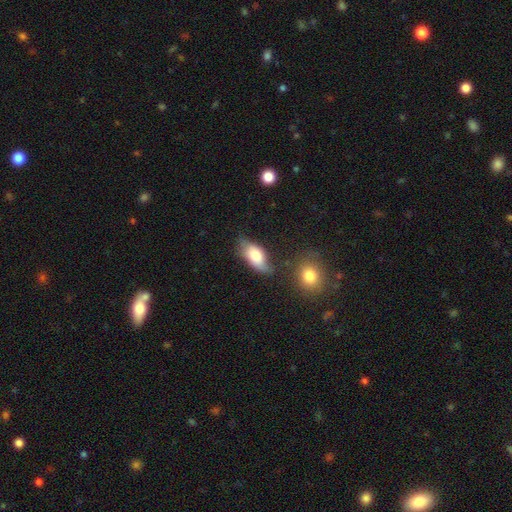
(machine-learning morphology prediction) smooth 69%, featured or disk 24%, star or artifact 7%. Down the decision tree: how rounded — in between (87%); merging — none (51%).